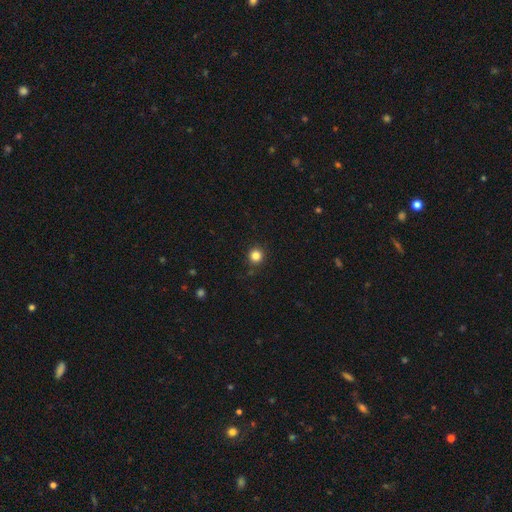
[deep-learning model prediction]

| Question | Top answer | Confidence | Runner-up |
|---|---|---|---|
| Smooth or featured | smooth | 83% | star or artifact (13%) |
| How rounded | round | 94% | in between (5%) |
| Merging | none | 89% | minor disturbance (7%) |